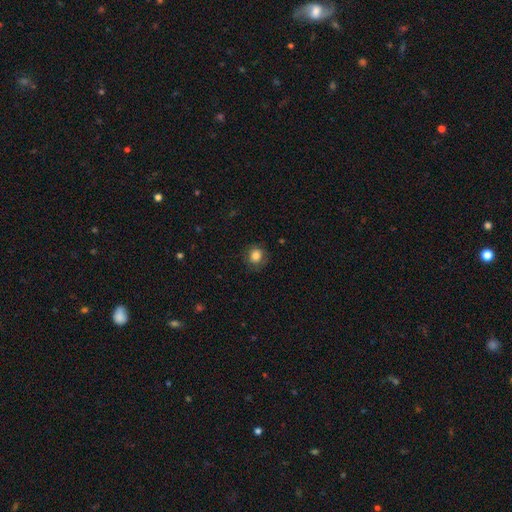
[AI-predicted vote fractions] Overall: smooth (83%). How rounded: round (84%). Merging: none (82%).